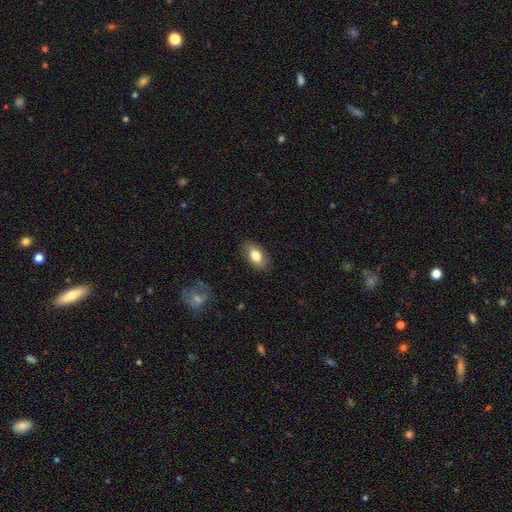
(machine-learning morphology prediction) The model was most divided on "smooth or featured": smooth: 79%, featured or disk: 14%, star or artifact: 7%. More confident: how rounded — in between (90%); merging — none (86%).